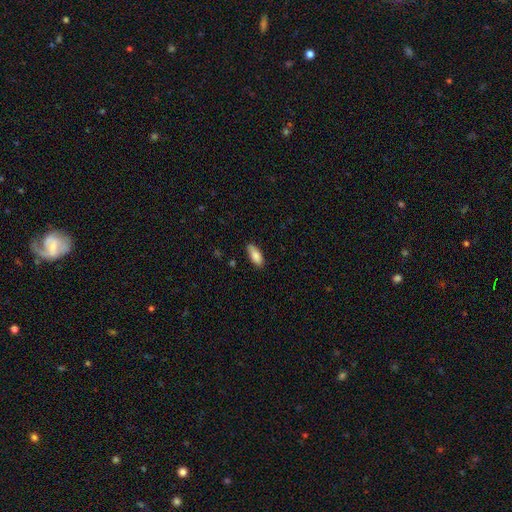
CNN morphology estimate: smooth_or_featured: smooth (p=0.85) [alt: featured or disk p=0.09]
how_rounded: in between (p=0.79) [alt: cigar-shaped p=0.19]
merging: none (p=0.82) [alt: minor disturbance p=0.15]